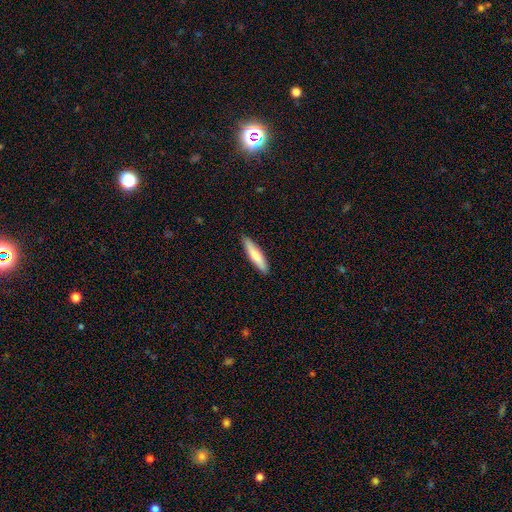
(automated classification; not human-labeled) smooth_or_featured: smooth (p=0.75) [alt: featured or disk p=0.20]
how_rounded: cigar-shaped (p=0.83) [alt: in between p=0.16]
merging: none (p=0.89) [alt: minor disturbance p=0.08]